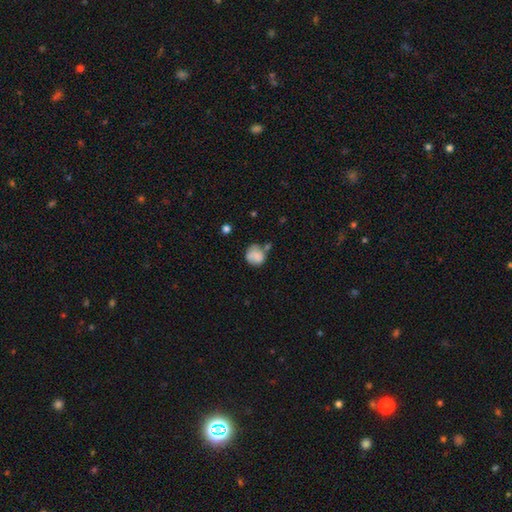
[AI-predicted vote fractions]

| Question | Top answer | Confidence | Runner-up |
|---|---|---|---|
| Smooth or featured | smooth | 77% | featured or disk (14%) |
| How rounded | round | 77% | in between (22%) |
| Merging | none | 47% | minor disturbance (28%) |